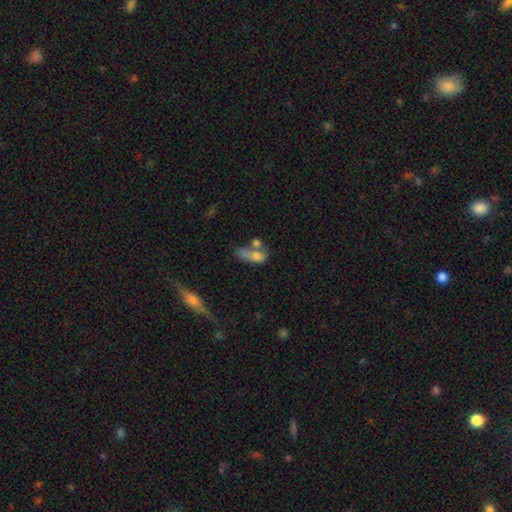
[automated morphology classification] Smooth or featured?
  - smooth: 68% *
  - featured or disk: 21%
  - star or artifact: 11%
How rounded?
  - in between: 79% *
  - round: 11%
  - cigar-shaped: 10%
Merging?
  - merger: 42% *
  - none: 22%
  - major disturbance: 20%
  - minor disturbance: 16%